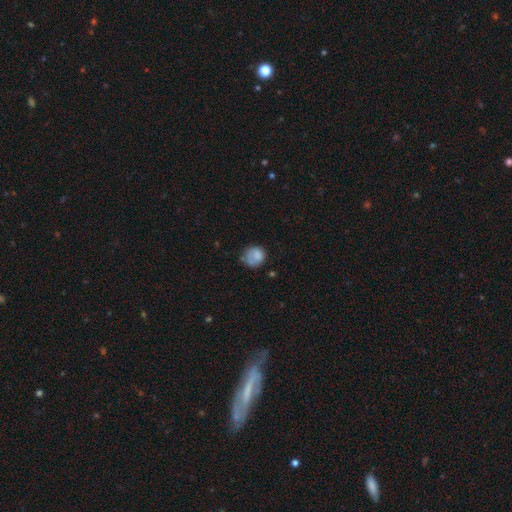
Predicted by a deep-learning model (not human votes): smooth-or-featured: smooth: 76% | featured or disk: 15% | star or artifact: 9%
  how-rounded: round: 80% | in between: 20% | cigar-shaped: 1%
  merging: none: 57% | minor disturbance: 26% | major disturbance: 14% | merger: 3%